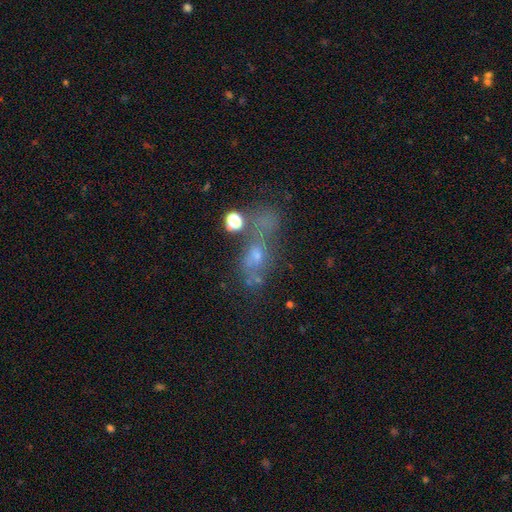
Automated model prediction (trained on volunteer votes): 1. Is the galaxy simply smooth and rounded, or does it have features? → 40% smooth, 37% featured or disk, 23% star or artifact.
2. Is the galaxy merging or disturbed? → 29% none (tied), 29% major disturbance (tied), 25% merger, 17% minor disturbance.